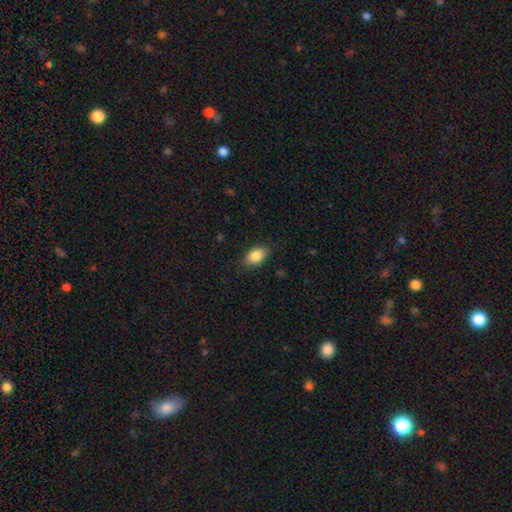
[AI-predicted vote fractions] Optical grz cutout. It shows a smooth galaxy with no disk features (87%) that is in between round and cigar-shaped (86%). Merging: none (82%).